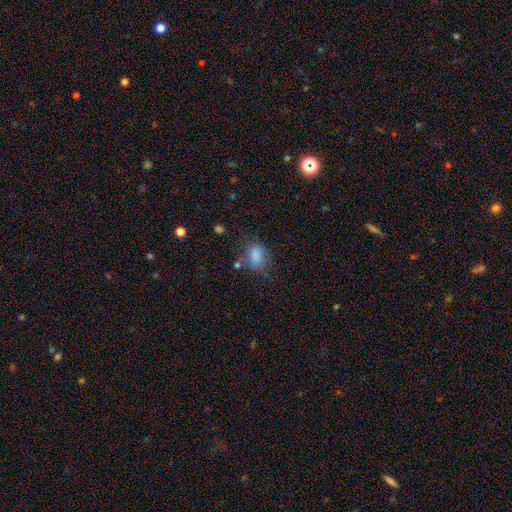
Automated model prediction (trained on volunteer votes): Smooth or featured?
  - smooth: 78% *
  - featured or disk: 11%
  - star or artifact: 11%
How rounded?
  - in between: 68% *
  - round: 30%
  - cigar-shaped: 2%
Merging?
  - none: 51% *
  - minor disturbance: 27%
  - major disturbance: 15%
  - merger: 7%